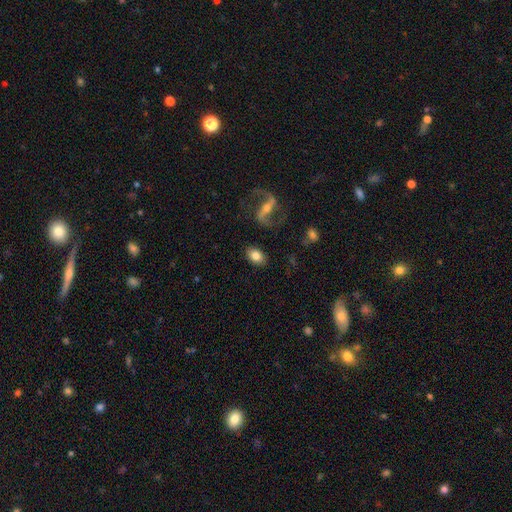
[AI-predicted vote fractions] This appears to be a smooth galaxy with no disk features (72%) that is in between round and cigar-shaped (81%). Merging: none (85%).